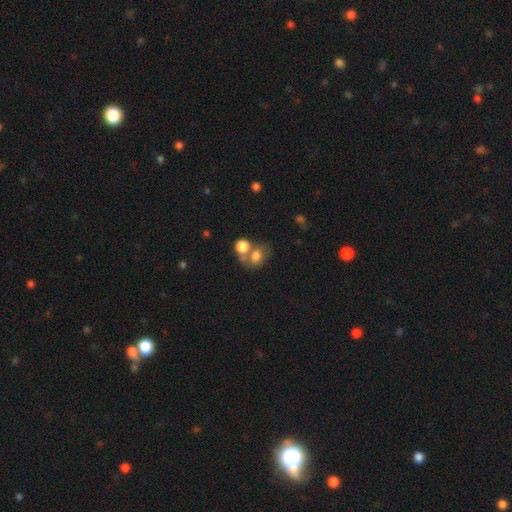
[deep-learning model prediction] smooth-or-featured: smooth: 73% | featured or disk: 16% | star or artifact: 11%
  how-rounded: round: 54% | in between: 45% | cigar-shaped: 1%
  merging: merger: 47% | none: 36% | minor disturbance: 11% | major disturbance: 7%